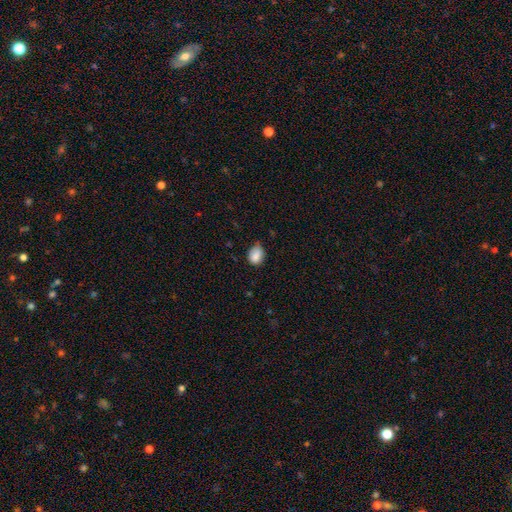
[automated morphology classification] smooth_or_featured: smooth (p=0.85) [alt: star or artifact p=0.09]
how_rounded: in between (p=0.62) [alt: round p=0.37]
merging: none (p=0.54) [alt: minor disturbance p=0.37]